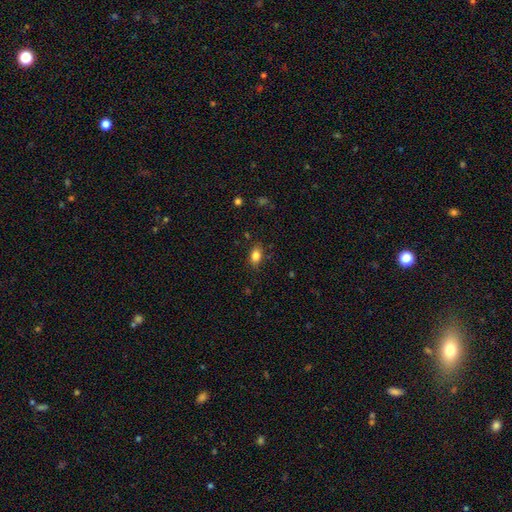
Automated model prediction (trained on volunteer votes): A smooth galaxy with no disk features (84%) that is in between round and cigar-shaped (84%). Merging: none (82%).